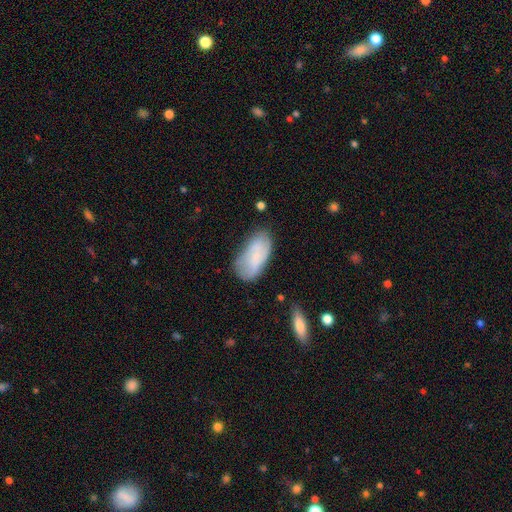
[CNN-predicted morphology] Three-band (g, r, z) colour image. It shows a smooth galaxy with no disk features (62%) that is in between round and cigar-shaped (92%). Merging: none (61%).